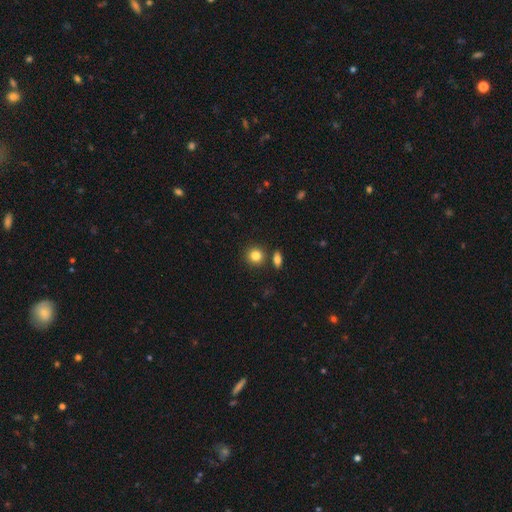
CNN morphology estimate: smooth-or-featured: smooth: 84% | star or artifact: 10% | featured or disk: 6%
  how-rounded: round: 87% | in between: 12% | cigar-shaped: 1%
  merging: none: 81% | merger: 9% | minor disturbance: 8% | major disturbance: 2%